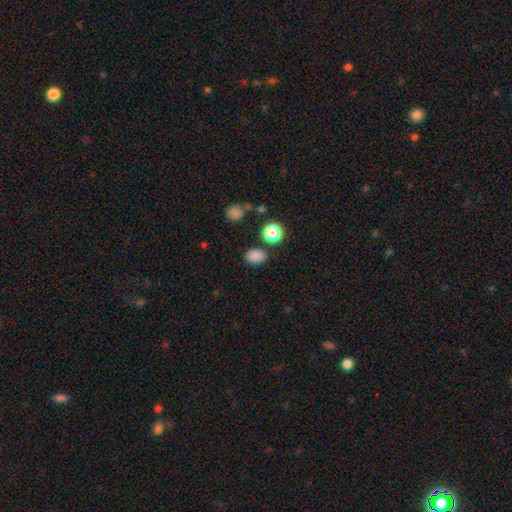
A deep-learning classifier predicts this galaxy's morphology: smooth-or-featured: smooth: 83% | star or artifact: 14% | featured or disk: 4%
  how-rounded: in between: 67% | round: 32% | cigar-shaped: 1%
  merging: none: 80% | minor disturbance: 11% | merger: 5% | major disturbance: 3%